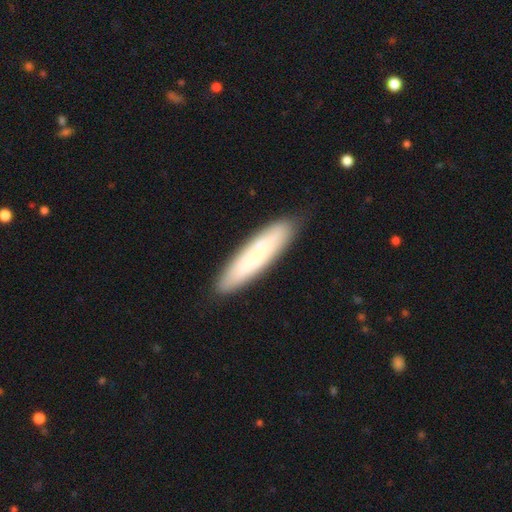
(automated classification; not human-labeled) Morphology: type=smooth (64%); roundness=cigar-shaped (78%); merging=none (88%).